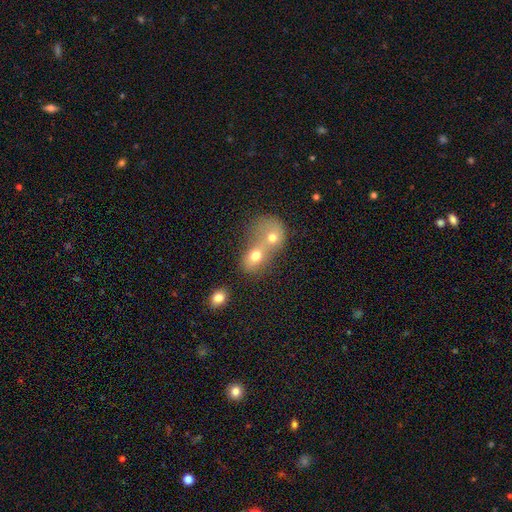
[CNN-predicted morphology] smooth 70%, featured or disk 19%, star or artifact 12%. Down the decision tree: how rounded — round (55%); merging — merger (75%).